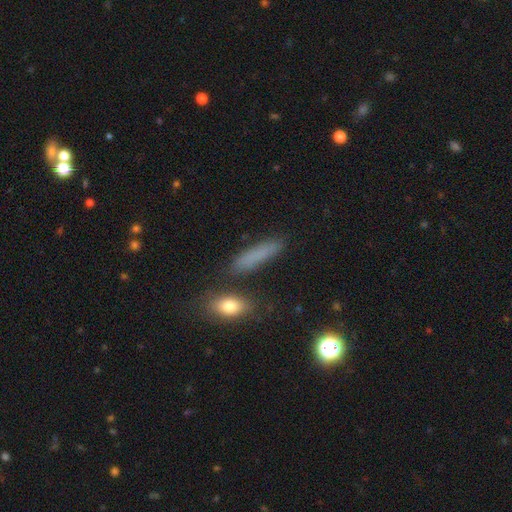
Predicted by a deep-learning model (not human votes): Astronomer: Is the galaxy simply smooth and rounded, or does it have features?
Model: smooth — 75%.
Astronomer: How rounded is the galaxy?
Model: cigar-shaped — 79%.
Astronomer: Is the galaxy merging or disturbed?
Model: none — 82%.